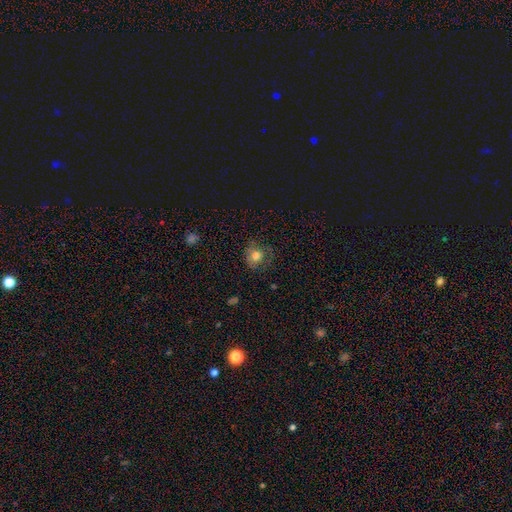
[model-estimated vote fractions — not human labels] This is likely a smooth galaxy (75%). How rounded: likely round (79%). Merging: likely none (66%).